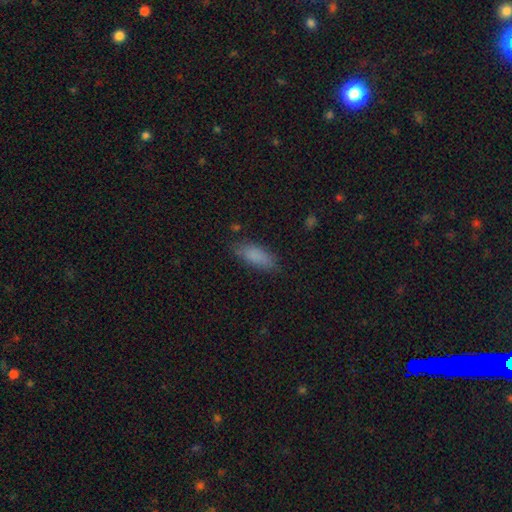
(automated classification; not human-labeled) Smooth or featured: smooth — 85% (star or artifact — 8%)
How rounded: in between — 75% (cigar-shaped — 23%)
Merging: none — 78% (minor disturbance — 17%)